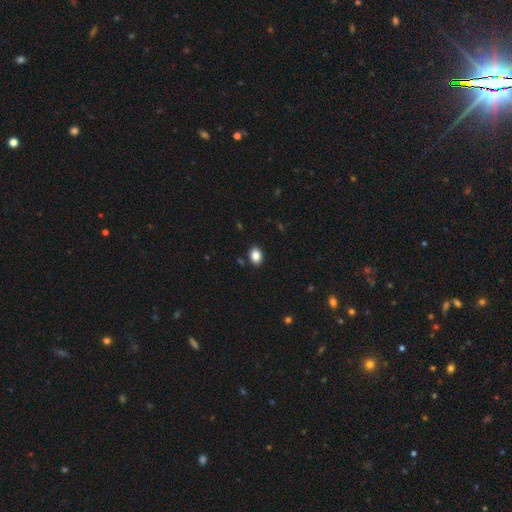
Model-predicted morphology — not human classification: The model was most divided on "how rounded": in between: 66%, round: 33%, cigar-shaped: 1%. More confident: merging — none (89%); smooth or featured — smooth (86%).